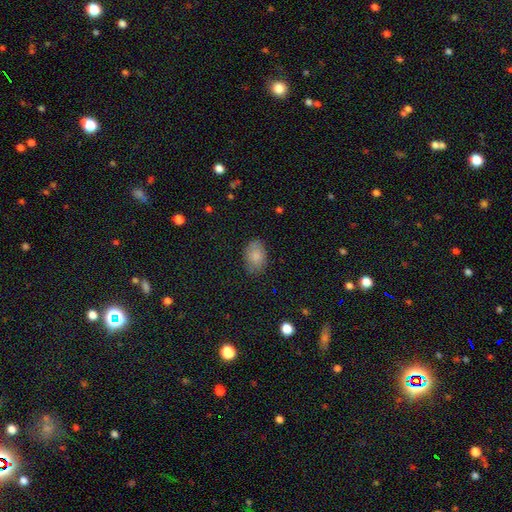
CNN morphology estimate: A smooth galaxy with no disk features (84%) that is in between round and cigar-shaped (86%).

Vote fractions:
- Smooth or featured? smooth: 84% / featured or disk: 8% / star or artifact: 8%
- How rounded? in between: 86% / round: 13% / cigar-shaped: 1%
- Merging? none: 79% / minor disturbance: 16% / major disturbance: 4% / merger: 1%